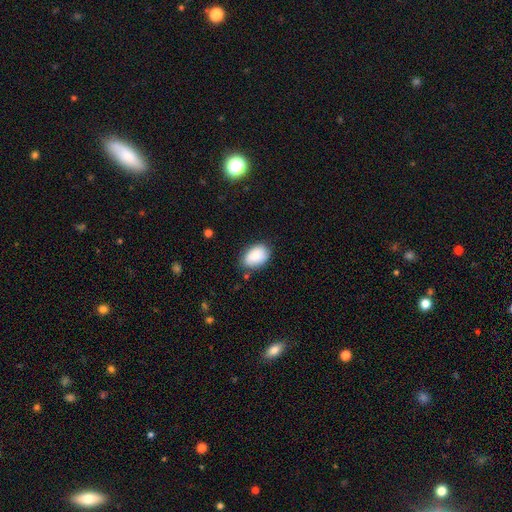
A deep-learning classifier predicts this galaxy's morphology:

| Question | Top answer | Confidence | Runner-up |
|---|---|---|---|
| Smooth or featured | smooth | 86% | featured or disk (7%) |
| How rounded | in between | 86% | round (13%) |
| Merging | none | 74% | minor disturbance (20%) |